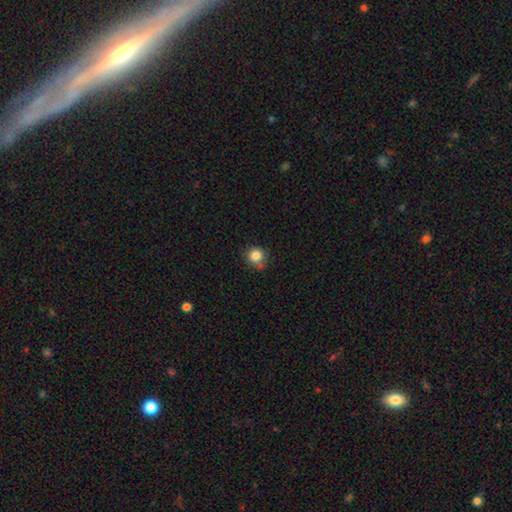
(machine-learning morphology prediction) smooth 84%, star or artifact 11%, featured or disk 5%. Down the decision tree: how rounded — round (89%); merging — none (69%).